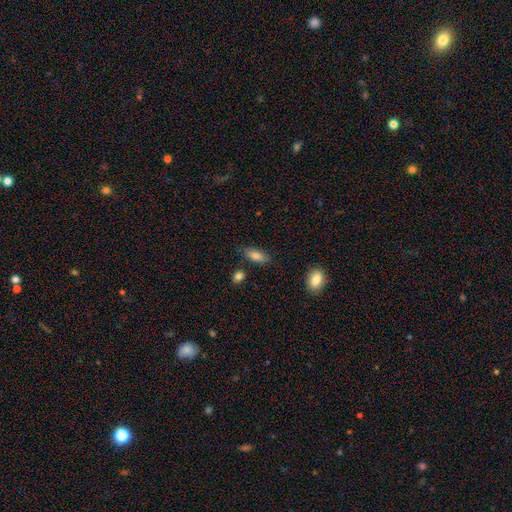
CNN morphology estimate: The model was most divided on "how rounded": in between: 80%, cigar-shaped: 16%, round: 3%. More confident: smooth or featured — smooth (83%); merging — none (80%).